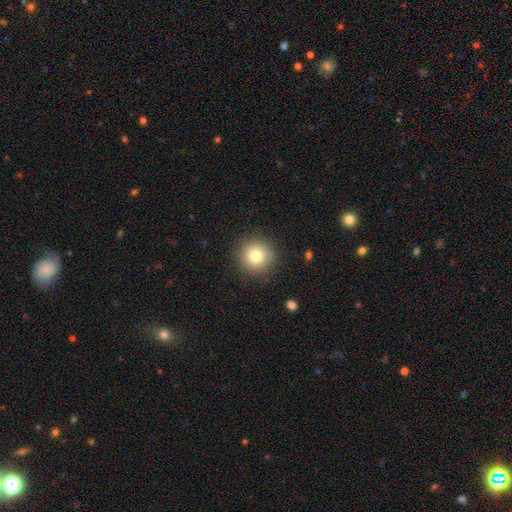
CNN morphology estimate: A smooth galaxy with no disk features (78%) that is round (95%).

Vote fractions:
- Smooth or featured? smooth: 78% / star or artifact: 12% / featured or disk: 10%
- How rounded? round: 95% / in between: 4% / cigar-shaped: 1%
- Merging? none: 87% / minor disturbance: 8% / major disturbance: 3% / merger: 2%